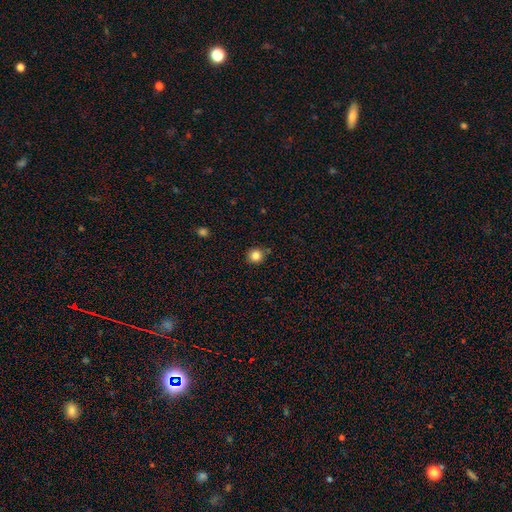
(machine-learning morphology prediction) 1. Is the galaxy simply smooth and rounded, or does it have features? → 84% smooth, 11% star or artifact, 5% featured or disk.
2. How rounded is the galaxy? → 88% round, 11% in between, 1% cigar-shaped.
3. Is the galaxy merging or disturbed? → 83% none, 12% minor disturbance, 3% merger, 2% major disturbance.